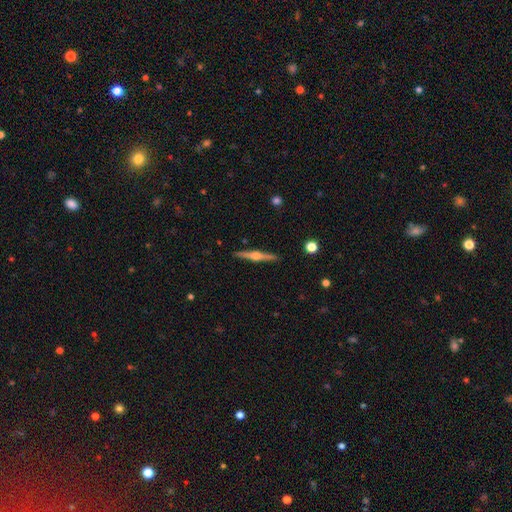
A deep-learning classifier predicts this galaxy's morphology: Smooth or featured? featured or disk (76%)
Edge-on disk? yes (98%)
Edge-on bulge? rounded (93%)
Merging? none (92%)